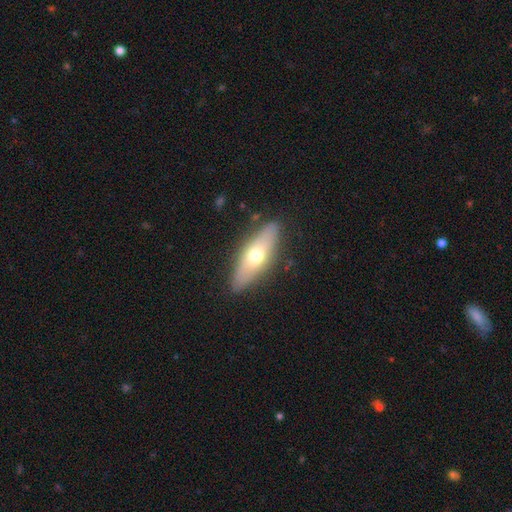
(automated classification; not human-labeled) smooth_or_featured: smooth (p=0.53) [alt: featured or disk p=0.41]
how_rounded: in between (p=0.51) [alt: cigar-shaped p=0.46]
merging: none (p=0.86) [alt: minor disturbance p=0.10]